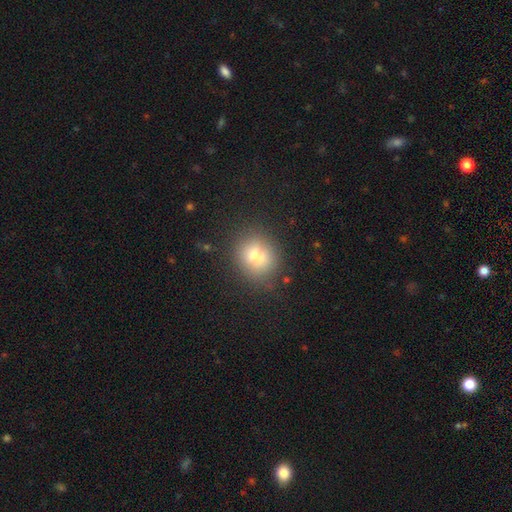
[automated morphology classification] Smooth or featured: smooth — 72% (featured or disk — 15%)
How rounded: round — 74% (in between — 25%)
Merging: none — 71% (minor disturbance — 15%)